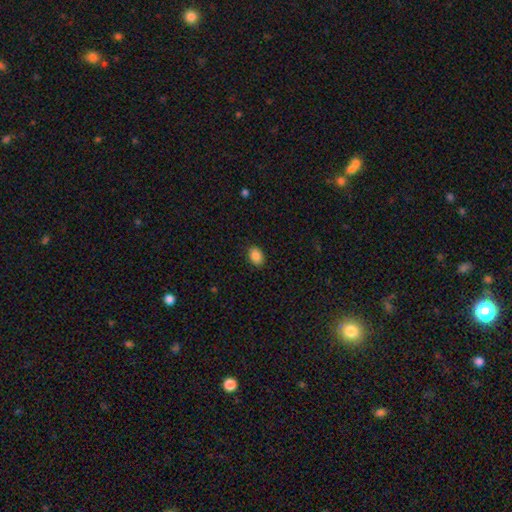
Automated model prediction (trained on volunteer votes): Smooth or featured?
  - smooth: 88% *
  - star or artifact: 8%
  - featured or disk: 4%
How rounded?
  - in between: 80% *
  - round: 19%
  - cigar-shaped: 1%
Merging?
  - none: 88% *
  - minor disturbance: 9%
  - major disturbance: 2%
  - merger: 1%